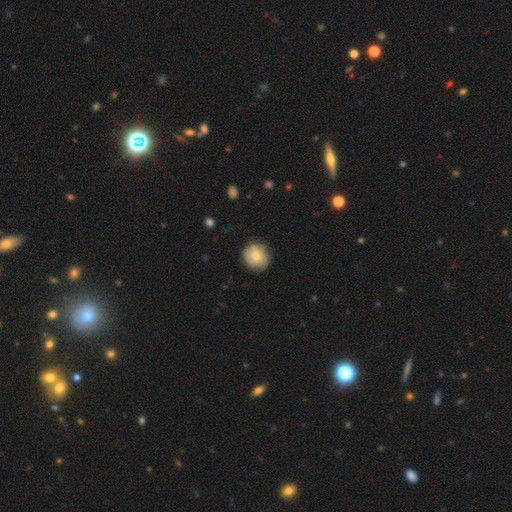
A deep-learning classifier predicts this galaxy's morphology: smooth-or-featured: smooth: 66% | featured or disk: 26% | star or artifact: 7%
  how-rounded: round: 88% | in between: 11% | cigar-shaped: 1%
  merging: none: 79% | minor disturbance: 16% | major disturbance: 3% | merger: 1%